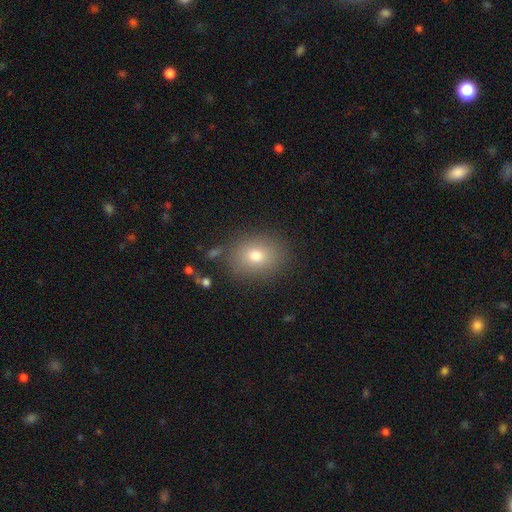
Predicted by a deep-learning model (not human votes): Overall: smooth (76%). How rounded: round (59%; in between 40%). Merging: none (84%).